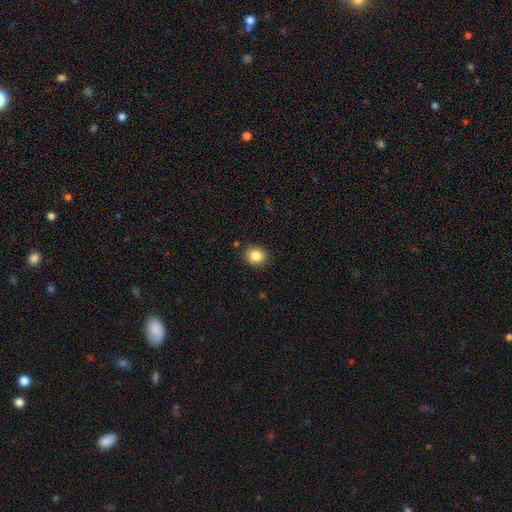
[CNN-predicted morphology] This is clearly a smooth galaxy (85%). How rounded: likely round (72%). Merging: clearly none (88%).